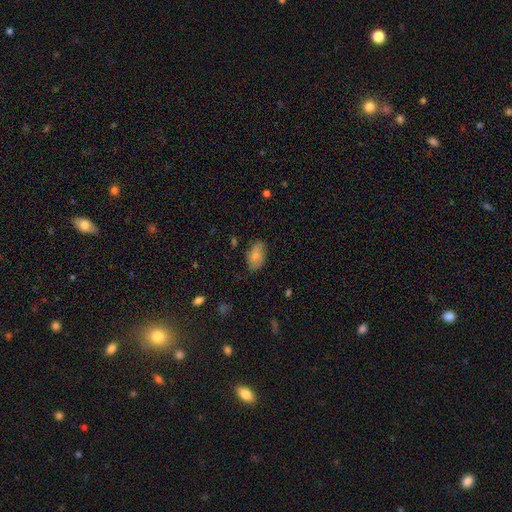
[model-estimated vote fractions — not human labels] A smooth galaxy with no disk features (78%) that is in between round and cigar-shaped (90%).

Vote fractions:
- Smooth or featured? smooth: 78% / featured or disk: 14% / star or artifact: 7%
- How rounded? in between: 90% / round: 8% / cigar-shaped: 2%
- Merging? none: 73% / minor disturbance: 21% / major disturbance: 4% / merger: 1%